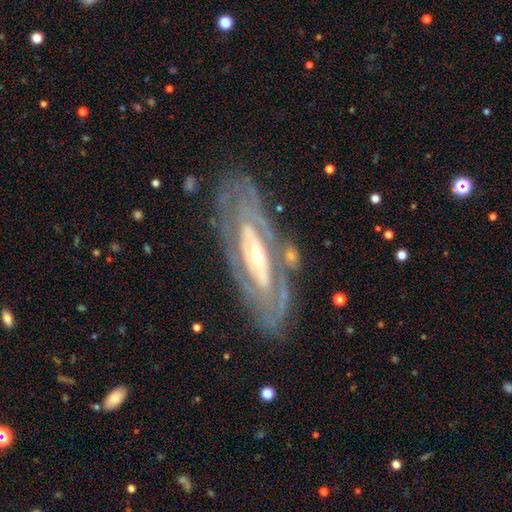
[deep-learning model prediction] Overall: featured or disk (84%). Edge-on disk: no (84%). Bar: no (62%). Spiral arms: yes (68%; no 32%). Bulge size: moderate (52%; small 40%). Merging: none (77%).